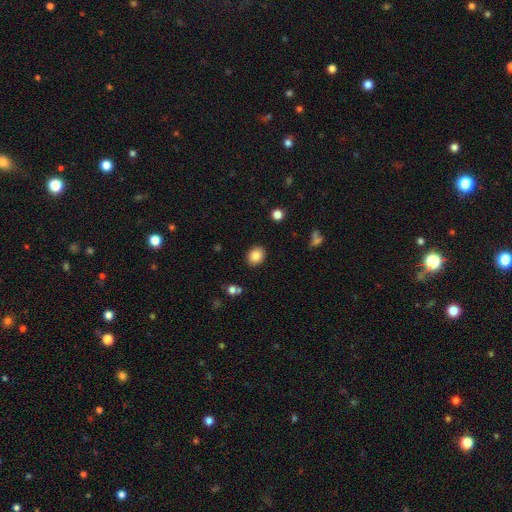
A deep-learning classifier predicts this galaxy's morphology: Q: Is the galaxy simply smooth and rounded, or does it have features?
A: smooth — 86%.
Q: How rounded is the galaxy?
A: round — 56%.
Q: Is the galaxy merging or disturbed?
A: none — 88%.